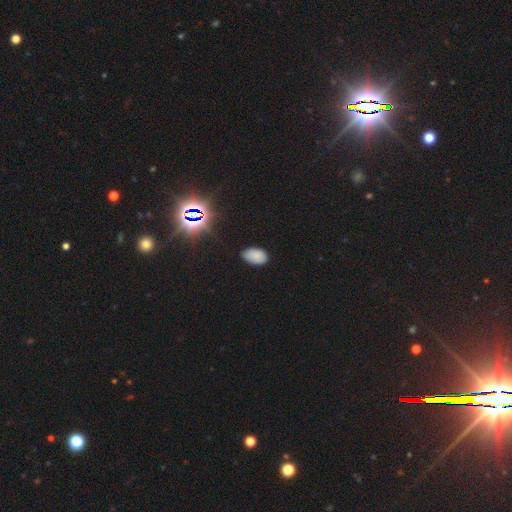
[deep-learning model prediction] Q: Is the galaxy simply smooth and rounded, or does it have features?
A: smooth — 79%.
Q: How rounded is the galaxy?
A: in between — 92%.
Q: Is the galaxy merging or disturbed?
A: none — 78%.